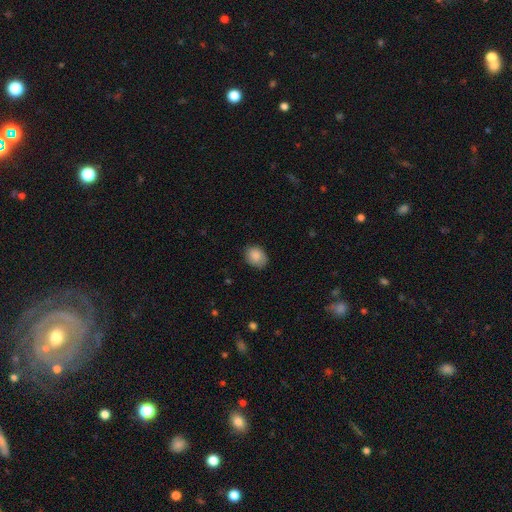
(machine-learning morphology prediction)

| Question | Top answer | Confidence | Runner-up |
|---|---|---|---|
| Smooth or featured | smooth | 87% | star or artifact (8%) |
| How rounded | round | 51% | in between (48%) |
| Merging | none | 80% | minor disturbance (16%) |